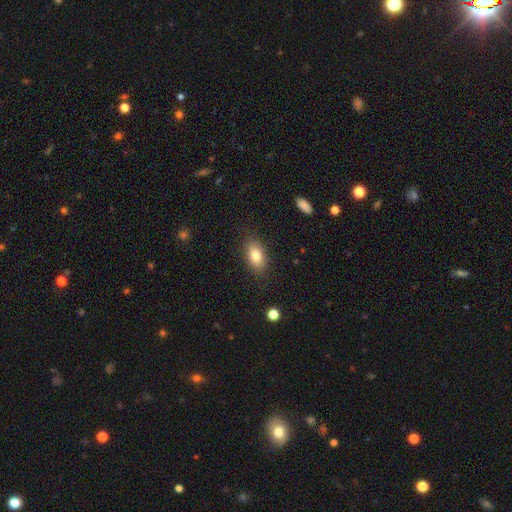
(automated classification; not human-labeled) Morphology: type=smooth (82%); roundness=in between (89%); merging=none (84%).